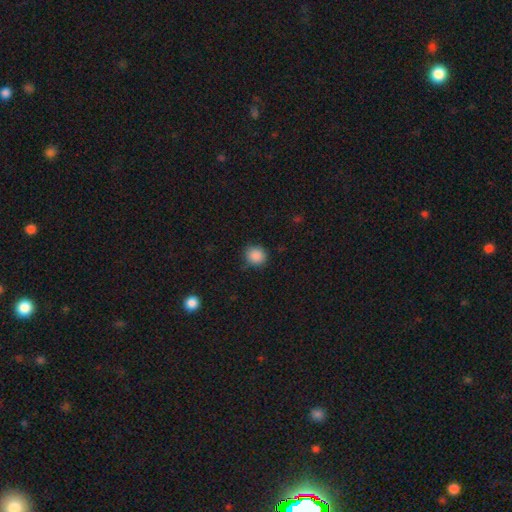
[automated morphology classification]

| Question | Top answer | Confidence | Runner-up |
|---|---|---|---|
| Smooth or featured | smooth | 88% | star or artifact (9%) |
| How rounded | round | 86% | in between (13%) |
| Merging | none | 85% | minor disturbance (11%) |